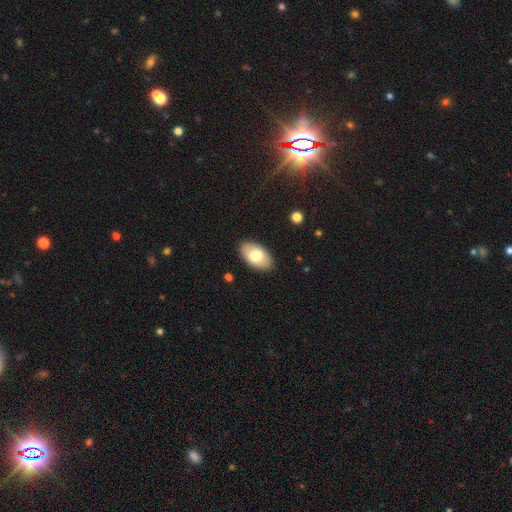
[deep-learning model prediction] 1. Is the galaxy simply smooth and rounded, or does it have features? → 75% smooth, 19% featured or disk, 6% star or artifact.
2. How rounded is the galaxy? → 95% in between, 3% round, 1% cigar-shaped.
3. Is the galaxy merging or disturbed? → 88% none, 9% minor disturbance, 2% major disturbance, 1% merger.